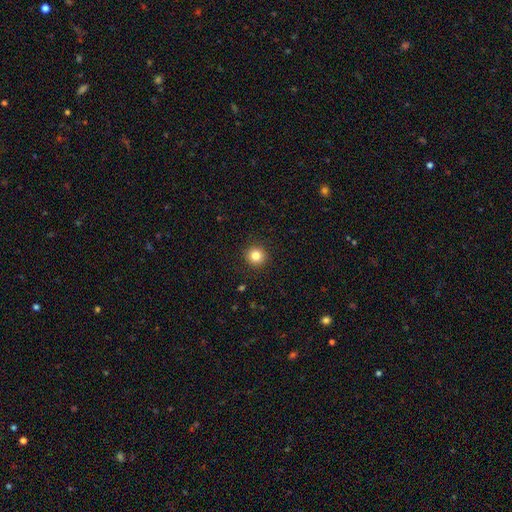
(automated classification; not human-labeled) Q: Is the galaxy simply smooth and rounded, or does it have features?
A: smooth — 84%.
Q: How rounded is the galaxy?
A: round — 94%.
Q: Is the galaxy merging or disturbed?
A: none — 93%.